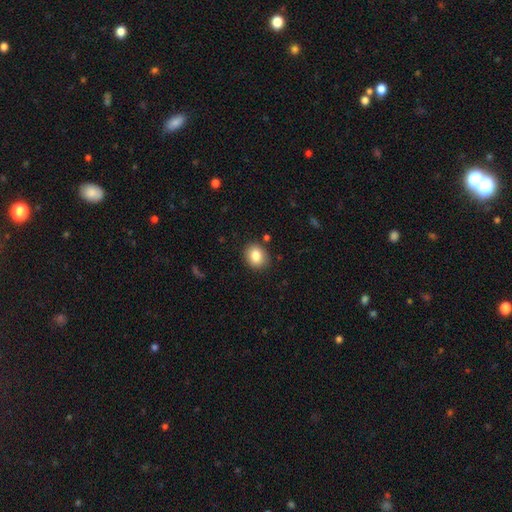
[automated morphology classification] Smooth or featured: smooth — 84% (star or artifact — 9%)
How rounded: round — 62% (in between — 37%)
Merging: none — 87% (minor disturbance — 9%)